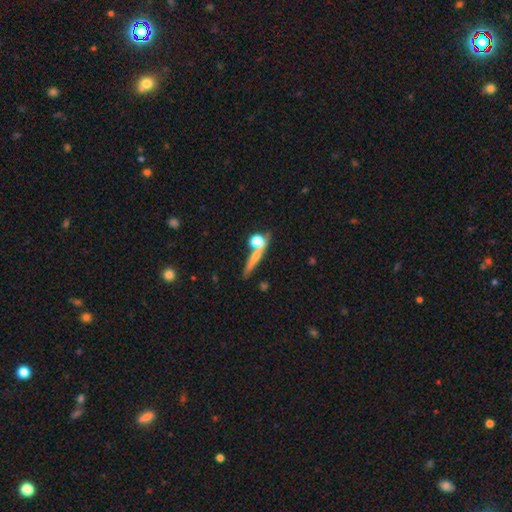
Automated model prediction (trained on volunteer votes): Smooth or featured: smooth — 55% (featured or disk — 33%)
How rounded: cigar-shaped — 59% (round — 26%)
Merging: none — 58% (merger — 22%)